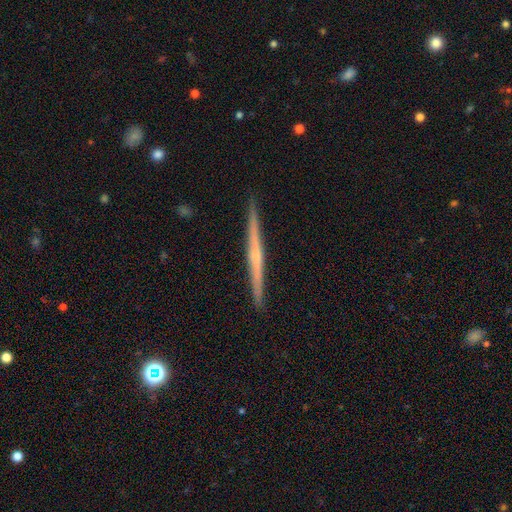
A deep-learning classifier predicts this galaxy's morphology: This is likely a featured or disk galaxy (73%). It is clearly viewed edge-on (98%). Edge-on bulge: possibly rounded (50%). Merging: clearly none (92%).